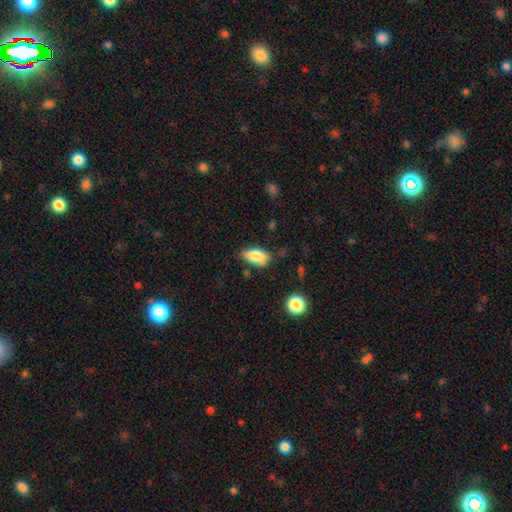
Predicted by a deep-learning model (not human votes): Morphology: type=smooth (81%); roundness=in between (90%); merging=none (65%).